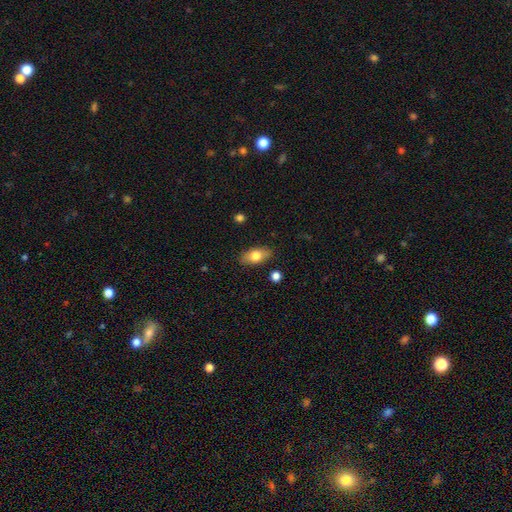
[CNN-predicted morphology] Smooth or featured? Predicted: smooth (p=0.74). How rounded? Predicted: in between (p=0.85). Merging? Predicted: none (p=0.85).